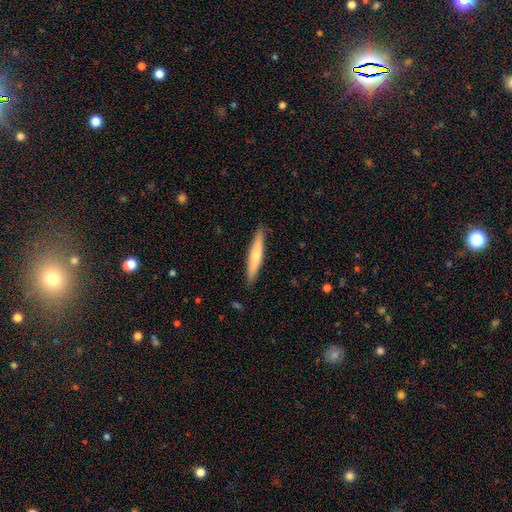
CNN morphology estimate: The model was most divided on "smooth or featured": smooth: 60%, featured or disk: 35%, star or artifact: 5%. More confident: how rounded — cigar-shaped (91%); merging — none (89%).